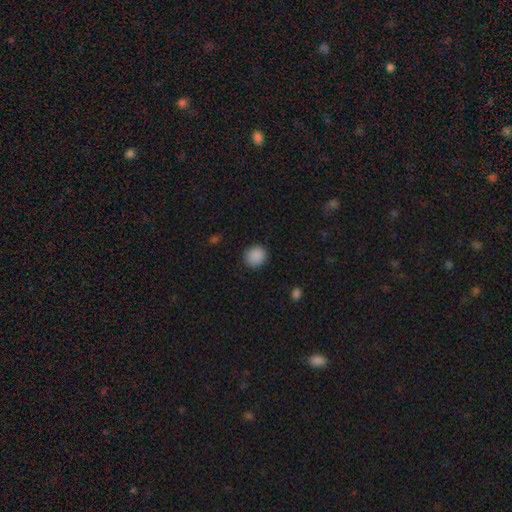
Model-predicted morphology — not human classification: Smooth or featured? Predicted: smooth (p=0.89). How rounded? Predicted: round (p=0.85). Merging? Predicted: none (p=0.90).